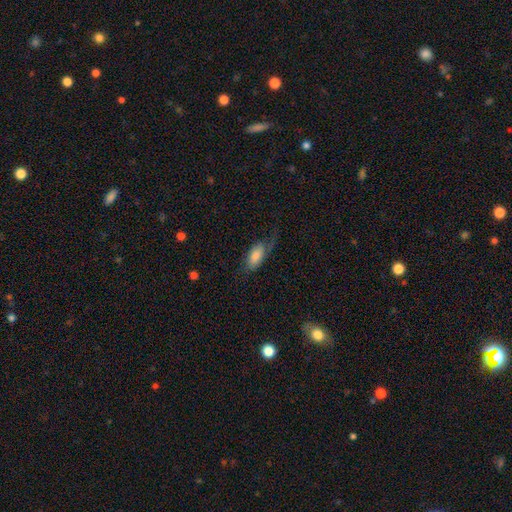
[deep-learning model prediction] A smooth galaxy with no disk features (70%) that is in between round and cigar-shaped (87%).

Vote fractions:
- Smooth or featured? smooth: 70% / featured or disk: 23% / star or artifact: 7%
- How rounded? in between: 87% / cigar-shaped: 10% / round: 3%
- Merging? none: 47% / minor disturbance: 27% / major disturbance: 23% / merger: 2%